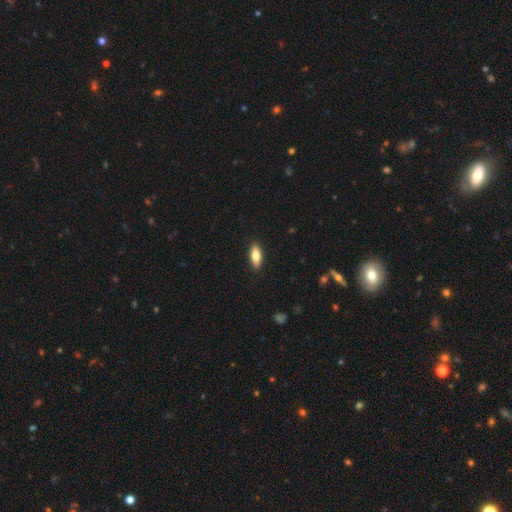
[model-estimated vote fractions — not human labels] A smooth galaxy with no disk features (72%) that is in between round and cigar-shaped (74%). Merging: none (90%).